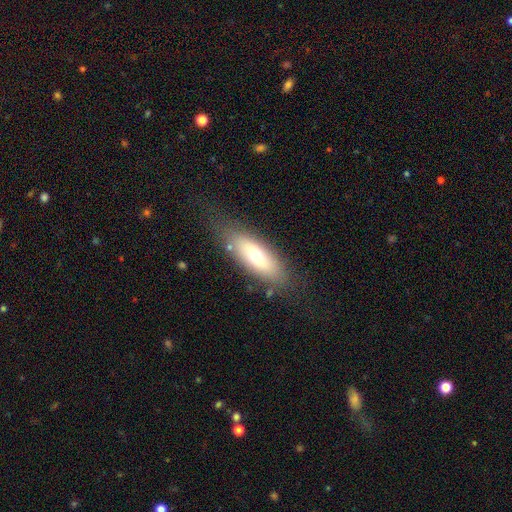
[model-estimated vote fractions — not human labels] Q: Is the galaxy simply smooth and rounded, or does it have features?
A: smooth — 62%.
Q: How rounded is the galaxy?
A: in between — 71%.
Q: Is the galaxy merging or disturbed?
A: none — 73%.